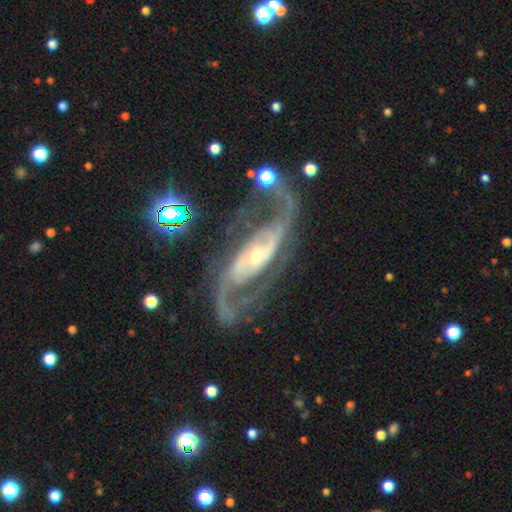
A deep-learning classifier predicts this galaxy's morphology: Smooth or featured? featured or disk (92%)
Edge-on disk? no (96%)
Bar? no (35%)
Spiral arms? yes (98%)
Spiral winding? medium (52%)
Spiral arm count? 2 (93%)
Bulge size? small (66%)
Merging? none (71%)